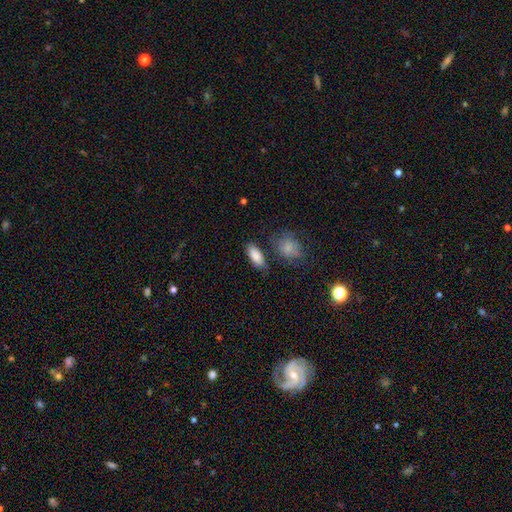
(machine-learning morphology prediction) This appears to be a smooth galaxy with no disk features (87%) that is in between round and cigar-shaped (84%). Merging: none (74%).